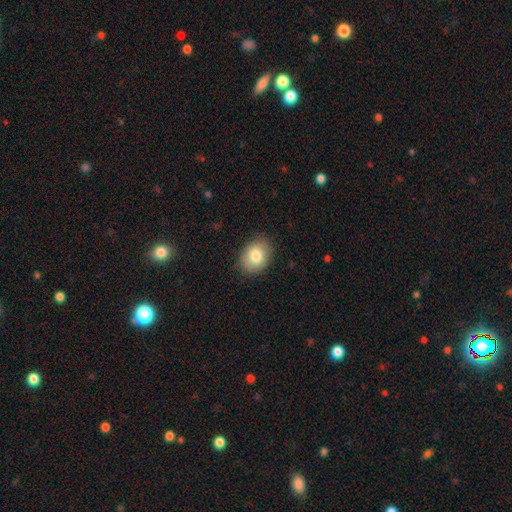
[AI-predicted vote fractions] Smooth or featured? Predicted: smooth (p=0.81). How rounded? Predicted: in between (p=0.70). Merging? Predicted: none (p=0.86).